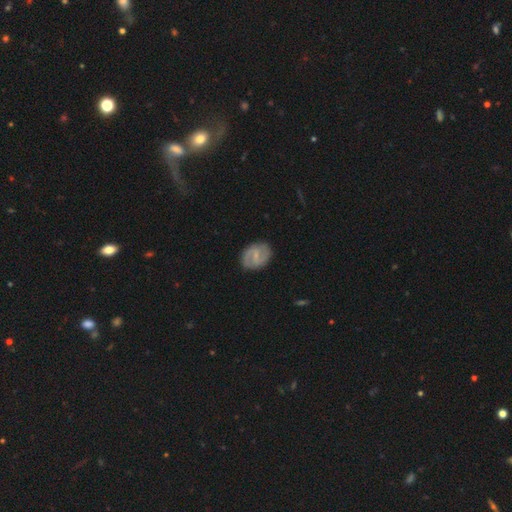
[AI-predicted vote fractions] Smooth or featured? featured or disk (74%)
Edge-on disk? no (97%)
Bar? weak (58%)
Spiral arms? yes (91%)
Spiral winding? medium (50%)
Spiral arm count? 2 (88%)
Bulge size? small (64%)
Merging? none (83%)